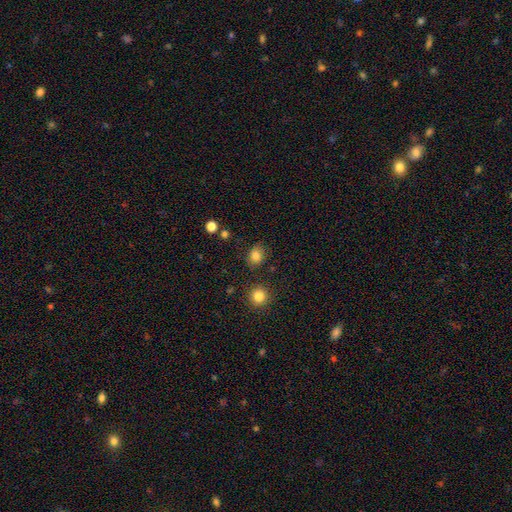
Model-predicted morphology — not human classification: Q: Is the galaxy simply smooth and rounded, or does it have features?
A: smooth — 83%.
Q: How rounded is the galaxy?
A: round — 62%.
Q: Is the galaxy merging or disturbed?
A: none — 80%.